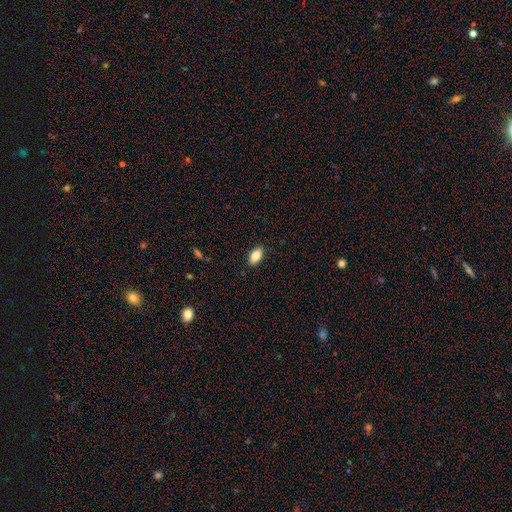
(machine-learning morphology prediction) This is clearly a smooth galaxy (86%). How rounded: clearly in between (92%). Merging: clearly none (88%).